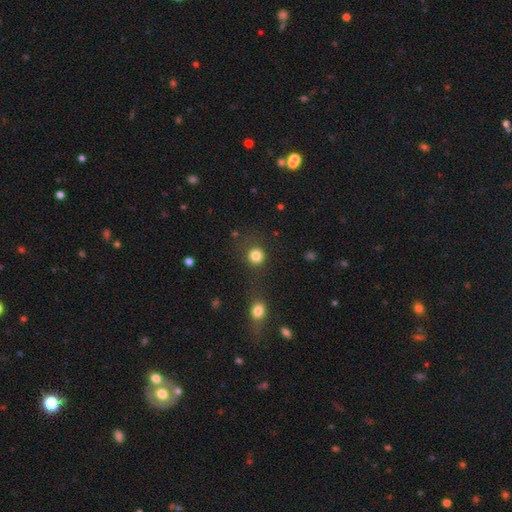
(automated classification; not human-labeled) smooth 82%, star or artifact 13%, featured or disk 5%. Down the decision tree: how rounded — round (90%); merging — none (75%).